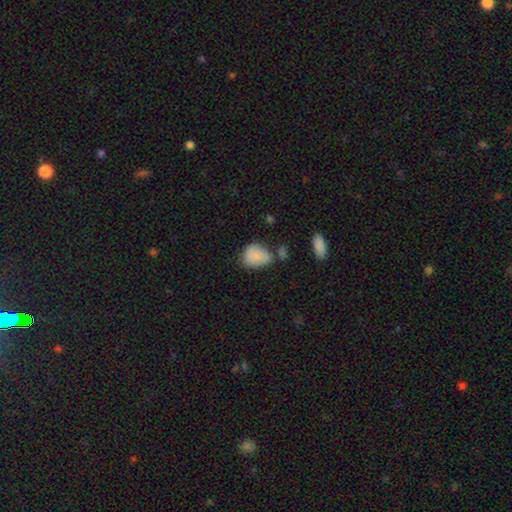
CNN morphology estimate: type=smooth (82%); roundness=in between (69%); merging=none (43%).